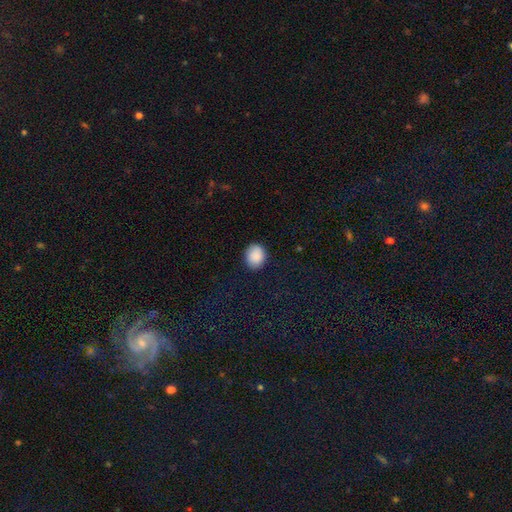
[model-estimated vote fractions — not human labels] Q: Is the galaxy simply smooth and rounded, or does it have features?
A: smooth — 90%.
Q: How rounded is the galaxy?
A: round — 51%.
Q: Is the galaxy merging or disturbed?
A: none — 88%.